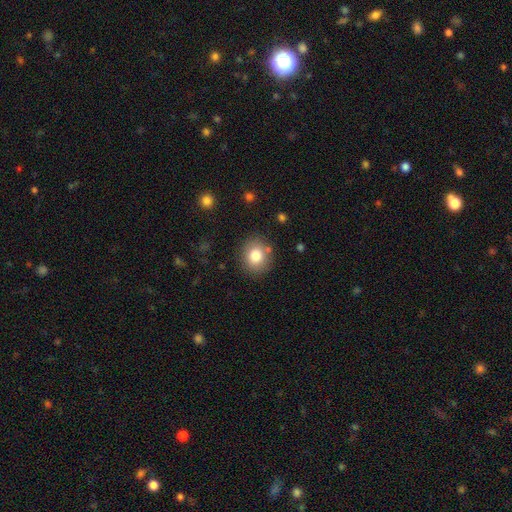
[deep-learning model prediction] Q: Smooth or featured?
A: smooth (80%); runner-up: star or artifact (10%)
Q: How rounded?
A: round (76%); runner-up: in between (24%)
Q: Merging?
A: none (83%); runner-up: minor disturbance (10%)